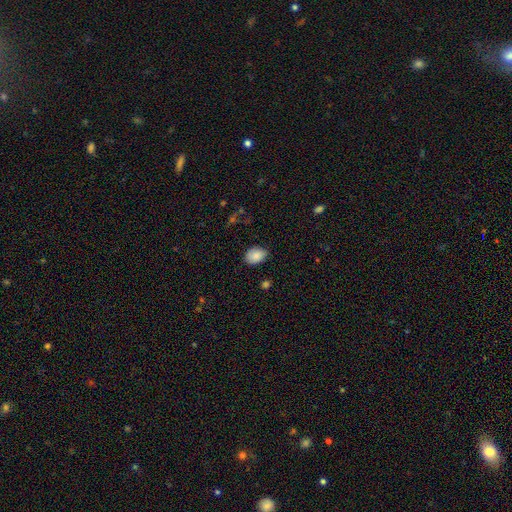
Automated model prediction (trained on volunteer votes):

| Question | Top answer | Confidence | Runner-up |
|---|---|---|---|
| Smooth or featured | smooth | 86% | star or artifact (8%) |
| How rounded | in between | 77% | round (22%) |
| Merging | none | 74% | minor disturbance (21%) |